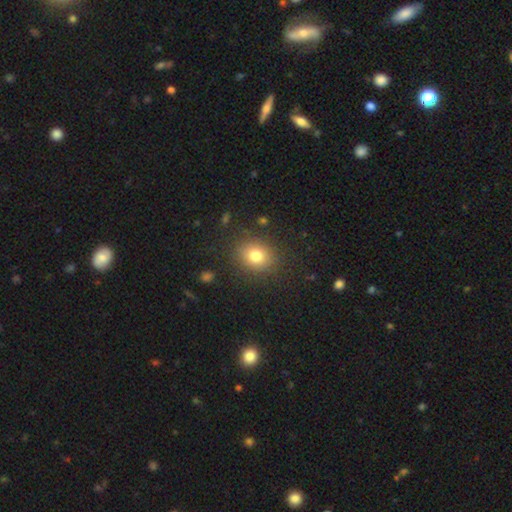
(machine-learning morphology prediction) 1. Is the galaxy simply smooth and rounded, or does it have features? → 79% smooth, 12% star or artifact, 9% featured or disk.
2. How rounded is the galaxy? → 63% round, 36% in between, 1% cigar-shaped.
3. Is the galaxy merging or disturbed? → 86% none, 9% minor disturbance, 4% major disturbance, 1% merger.